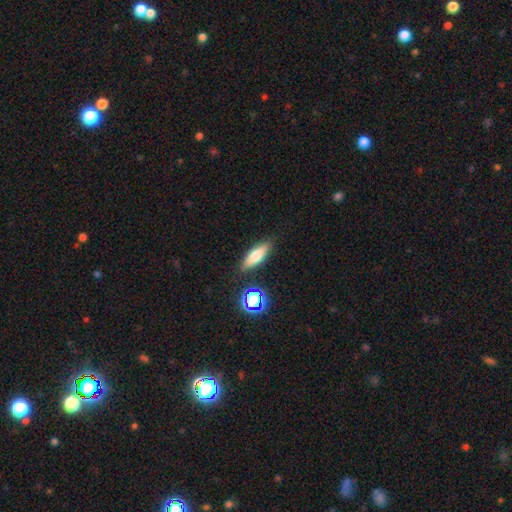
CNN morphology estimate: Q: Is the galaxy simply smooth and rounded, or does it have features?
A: smooth — 69%.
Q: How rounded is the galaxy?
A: in between — 50%.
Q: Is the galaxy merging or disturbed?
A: none — 84%.